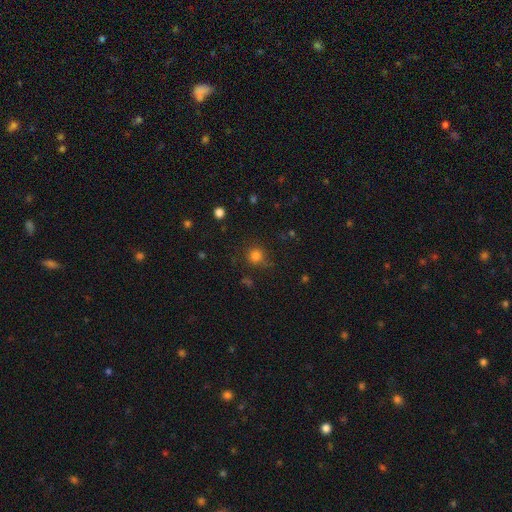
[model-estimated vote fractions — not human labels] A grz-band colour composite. It shows a smooth galaxy with no disk features (80%) that is round (92%). Merging: none (81%).